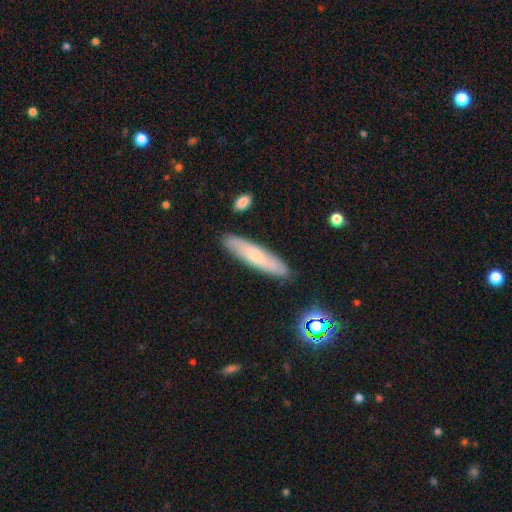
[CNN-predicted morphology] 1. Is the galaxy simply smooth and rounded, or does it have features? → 55% smooth, 38% featured or disk, 7% star or artifact.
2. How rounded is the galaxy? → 82% cigar-shaped, 17% in between, 2% round.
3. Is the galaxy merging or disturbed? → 85% none, 11% minor disturbance, 2% merger, 2% major disturbance.